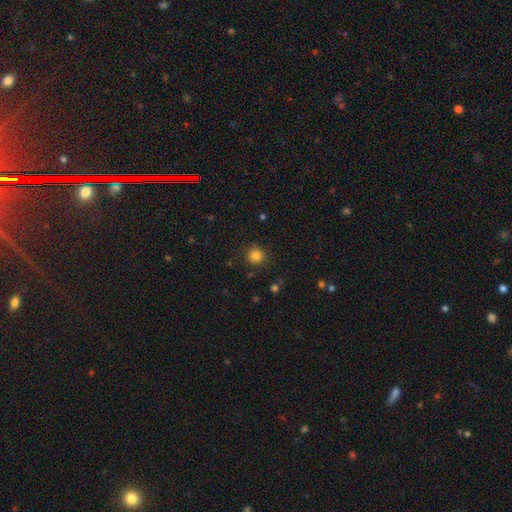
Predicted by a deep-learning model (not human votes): Smooth or featured? smooth (82%)
How rounded? round (89%)
Merging? none (86%)